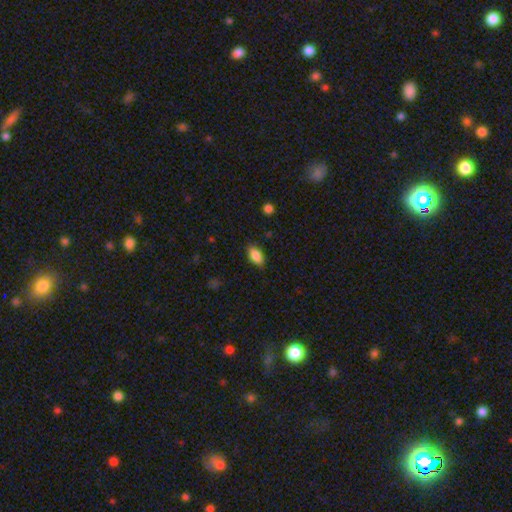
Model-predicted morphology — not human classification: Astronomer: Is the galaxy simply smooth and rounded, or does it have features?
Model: smooth — 85%.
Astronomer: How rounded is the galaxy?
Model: in between — 90%.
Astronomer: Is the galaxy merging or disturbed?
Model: none — 82%.